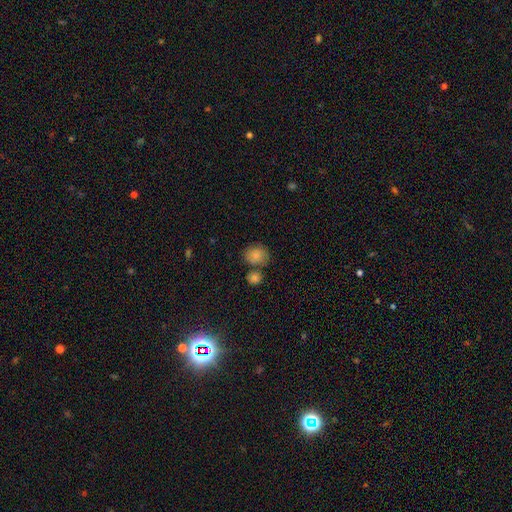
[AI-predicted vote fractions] smooth 83%, star or artifact 9%, featured or disk 8%. Down the decision tree: how rounded — round (63%); merging — none (56%).